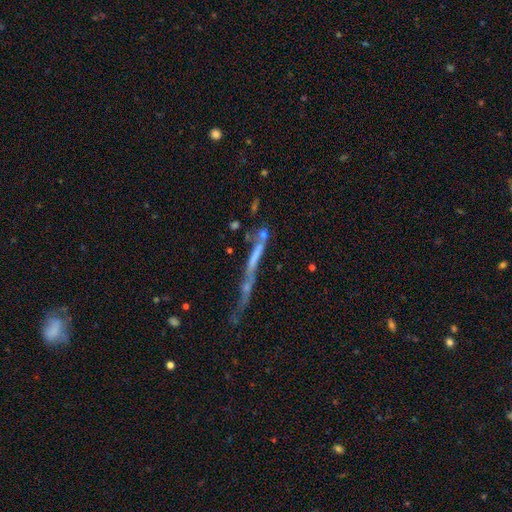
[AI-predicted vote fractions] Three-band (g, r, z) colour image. It shows a featured or disk galaxy (55%) viewed edge-on (73%). Merging: none (45%).